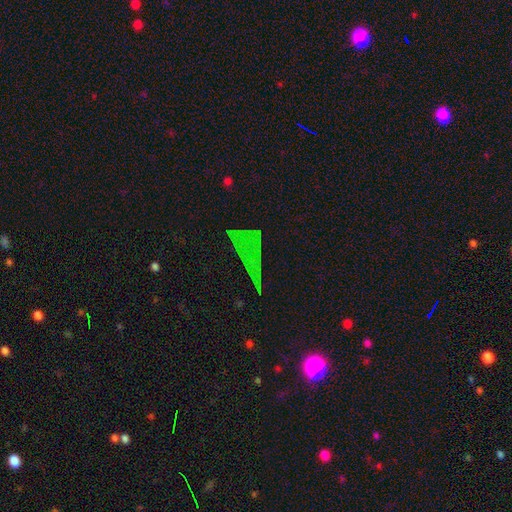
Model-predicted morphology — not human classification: Smooth or featured? Predicted: star or artifact (p=0.58).